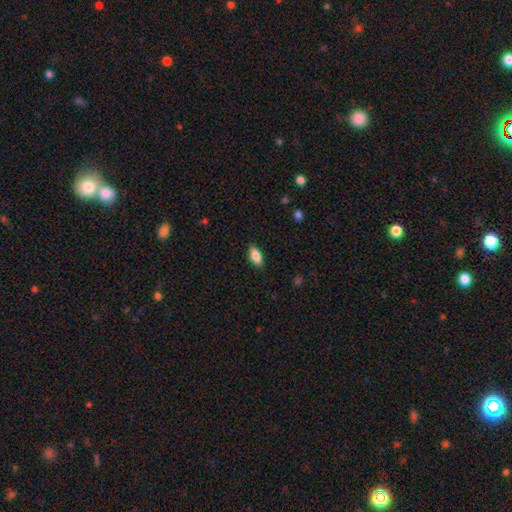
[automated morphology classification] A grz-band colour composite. It shows a smooth galaxy with no disk features (75%) that is in between round and cigar-shaped (81%). Merging: none (85%).